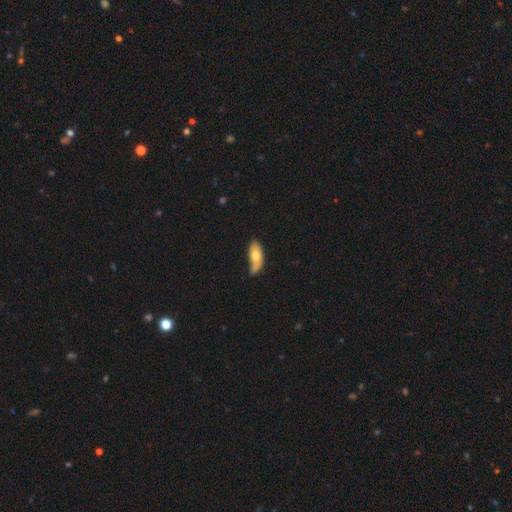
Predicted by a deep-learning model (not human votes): Smooth or featured: smooth — 67% (featured or disk — 27%)
How rounded: in between — 83% (cigar-shaped — 13%)
Merging: minor disturbance — 40% (none — 39%)